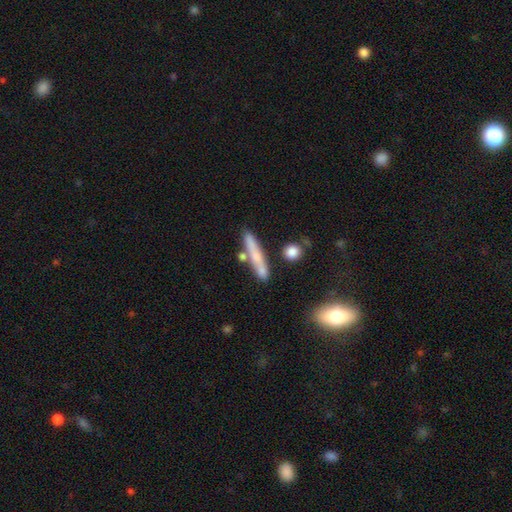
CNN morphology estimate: Smooth or featured? smooth (58%)
How rounded? cigar-shaped (91%)
Merging? none (71%)